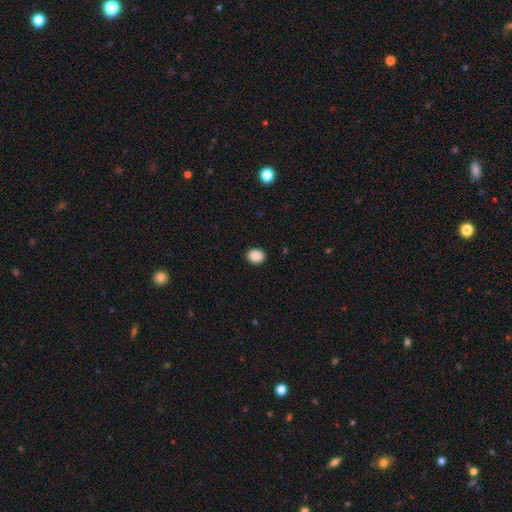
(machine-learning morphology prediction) Smooth or featured? smooth (89%)
How rounded? round (59%)
Merging? none (92%)